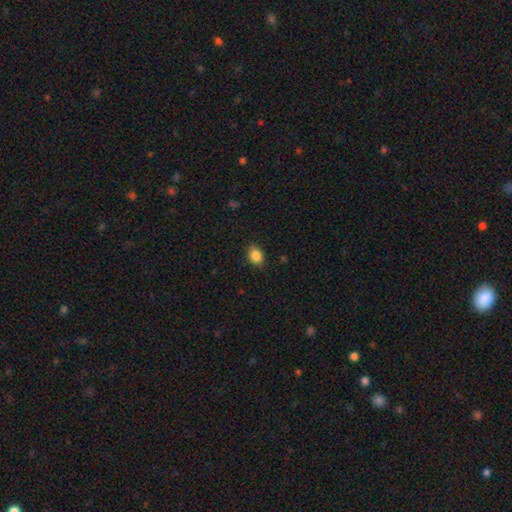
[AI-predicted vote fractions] Smooth or featured: smooth — 86% (star or artifact — 9%)
How rounded: in between — 69% (round — 30%)
Merging: none — 86% (minor disturbance — 11%)